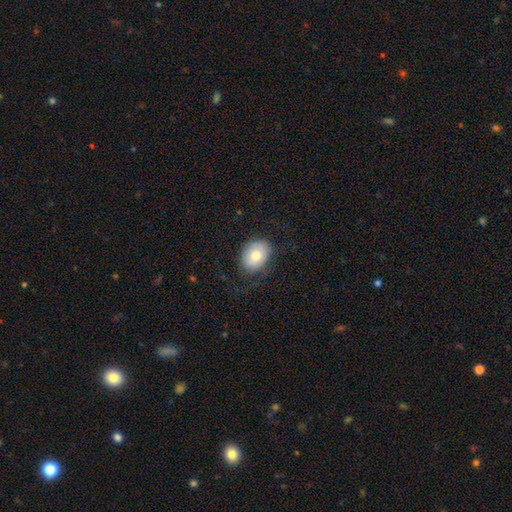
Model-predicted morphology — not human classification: type=smooth (76%); roundness=in between (72%); merging=none (70%).